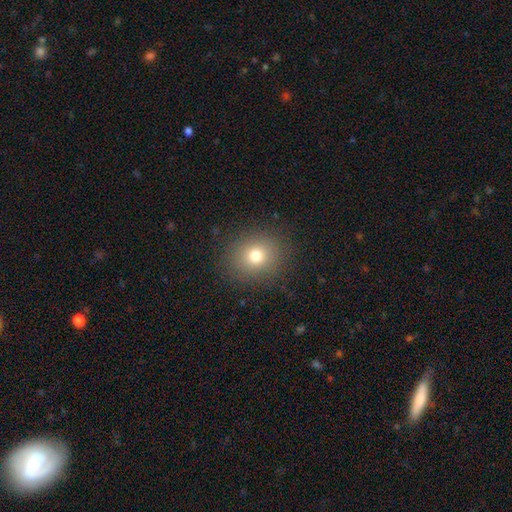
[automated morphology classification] smooth 75%, star or artifact 15%, featured or disk 10%. Down the decision tree: how rounded — round (78%); merging — none (88%).